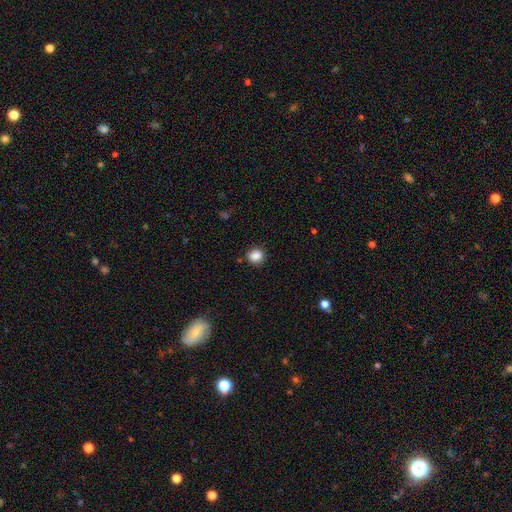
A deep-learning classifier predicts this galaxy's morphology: This appears to be a smooth galaxy with no disk features (87%) that is round (80%). Merging: none (86%).